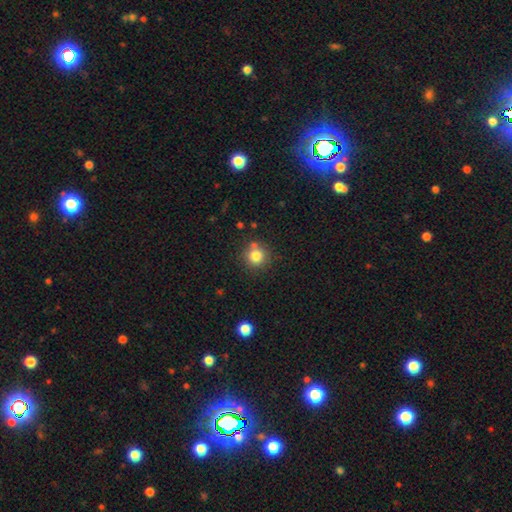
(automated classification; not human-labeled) Overall: smooth (81%). How rounded: round (92%). Merging: none (76%).